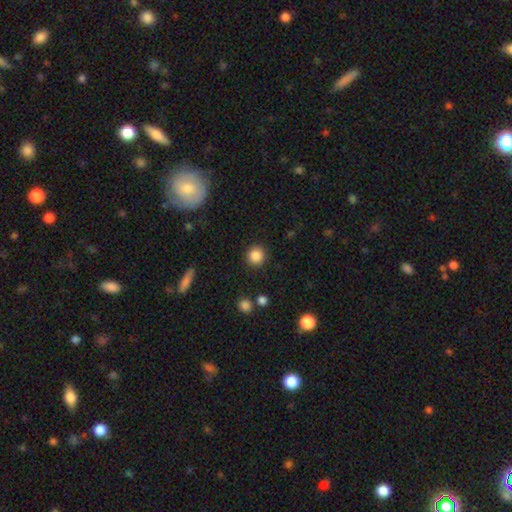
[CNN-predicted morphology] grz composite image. It shows a smooth galaxy with no disk features (86%) that is round (93%). Merging: none (90%).